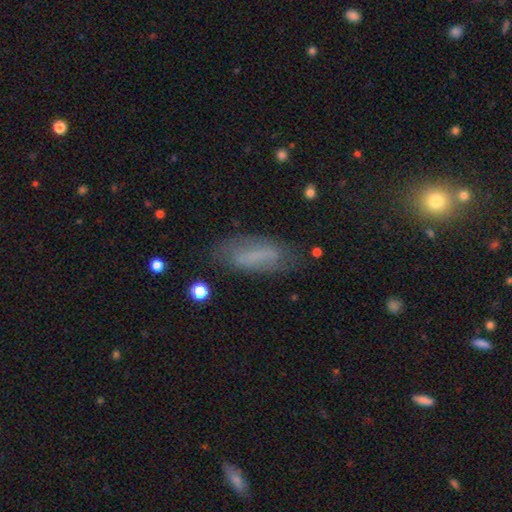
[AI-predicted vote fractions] Overall: smooth (59%; featured or disk 29%). How rounded: in between (64%; cigar-shaped 33%). Merging: none (70%).